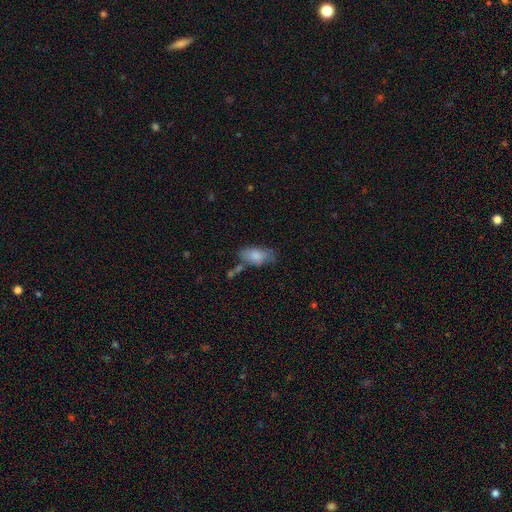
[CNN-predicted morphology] A smooth galaxy with no disk features (80%) that is in between round and cigar-shaped (88%). Merging: none (54%).